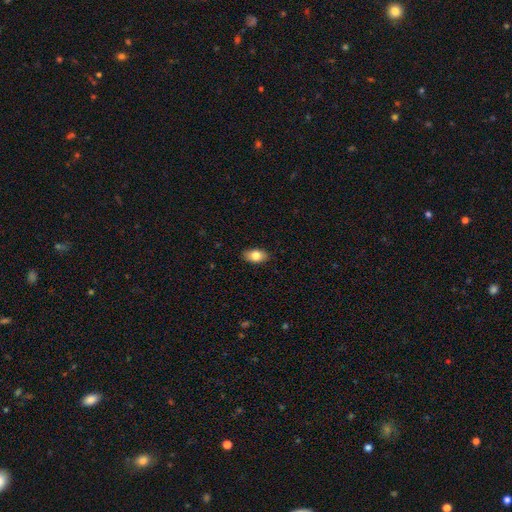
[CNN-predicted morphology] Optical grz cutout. It shows a smooth galaxy with no disk features (81%) that is in between round and cigar-shaped (90%). Merging: none (88%).